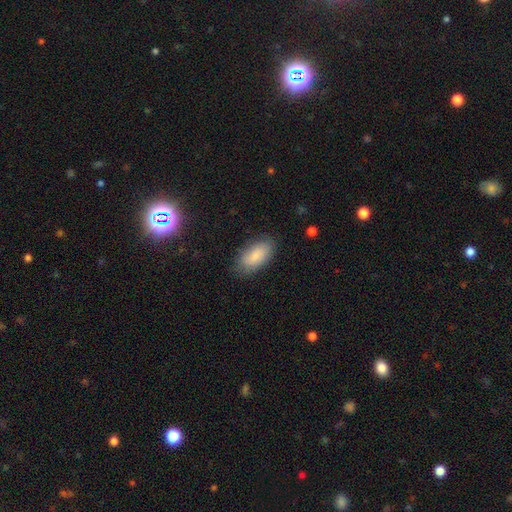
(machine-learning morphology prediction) This appears to be a smooth galaxy with no disk features (85%) that is in between round and cigar-shaped (92%). Merging: none (79%).